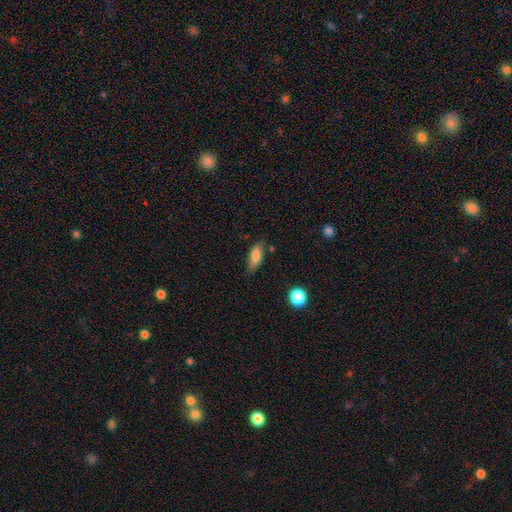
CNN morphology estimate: type=smooth (81%); roundness=in between (75%); merging=none (67%).